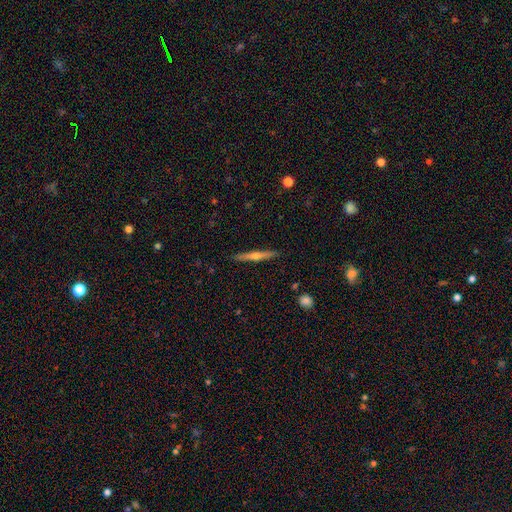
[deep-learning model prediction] Smooth or featured? featured or disk (60%)
Edge-on disk? yes (98%)
Edge-on bulge? rounded (81%)
Merging? none (91%)